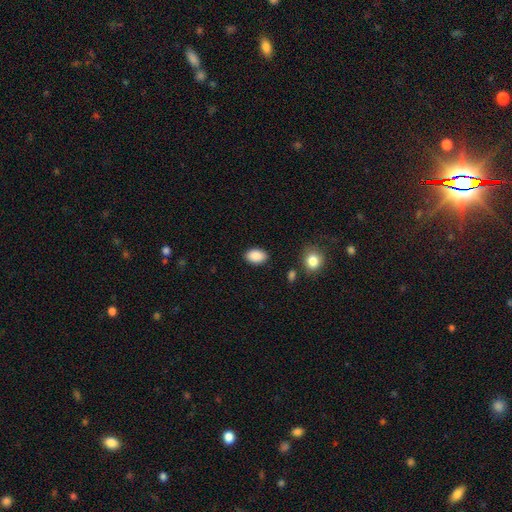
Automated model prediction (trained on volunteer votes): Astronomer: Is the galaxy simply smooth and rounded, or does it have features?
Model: smooth — 89%.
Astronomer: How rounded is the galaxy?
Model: in between — 87%.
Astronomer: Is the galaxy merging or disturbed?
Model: none — 86%.